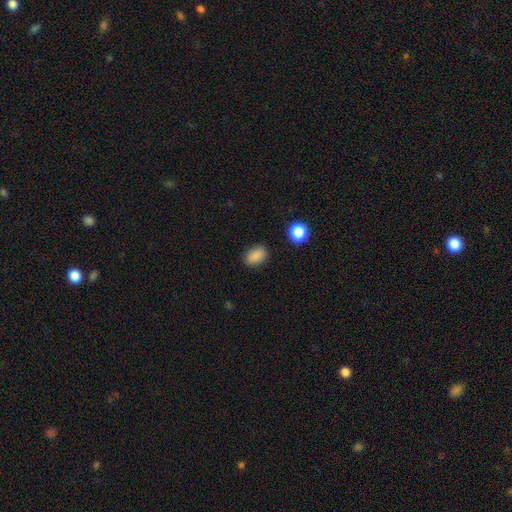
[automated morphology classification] A smooth galaxy with no disk features (86%) that is in between round and cigar-shaped (80%). Merging: none (86%).